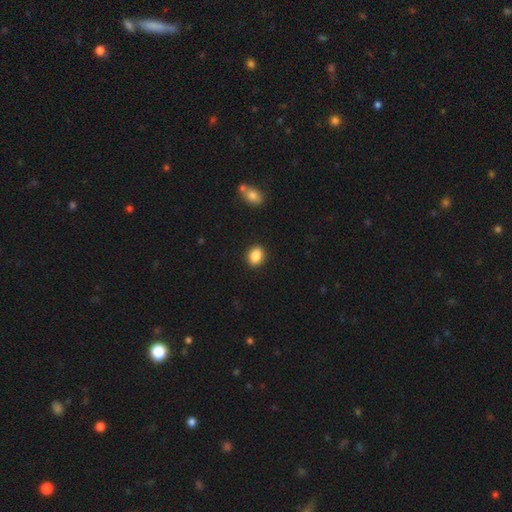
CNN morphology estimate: A smooth galaxy with no disk features (88%) that is in between round and cigar-shaped (62%).

Vote fractions:
- Smooth or featured? smooth: 88% / star or artifact: 8% / featured or disk: 4%
- How rounded? in between: 62% / round: 37% / cigar-shaped: 1%
- Merging? none: 89% / minor disturbance: 7% / major disturbance: 2% / merger: 1%